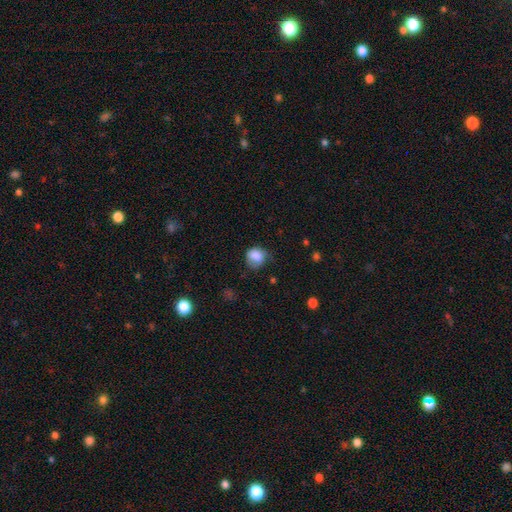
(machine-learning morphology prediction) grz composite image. It shows a smooth galaxy with no disk features (84%) that is round (71%). Merging: none (50%).